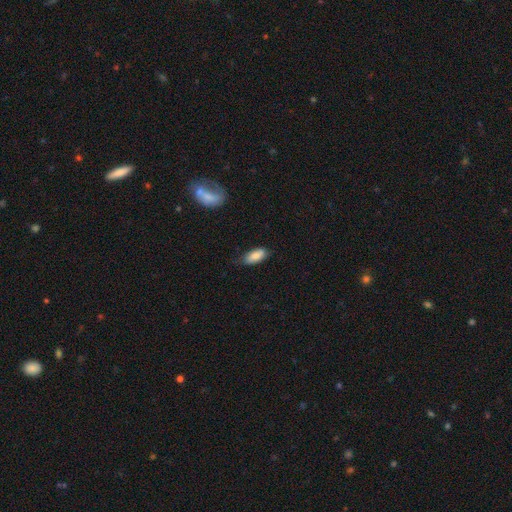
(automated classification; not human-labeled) Smooth or featured?
  - smooth: 80% *
  - featured or disk: 13%
  - star or artifact: 7%
How rounded?
  - in between: 87% *
  - cigar-shaped: 11%
  - round: 2%
Merging?
  - none: 69% *
  - minor disturbance: 25%
  - major disturbance: 4%
  - merger: 2%